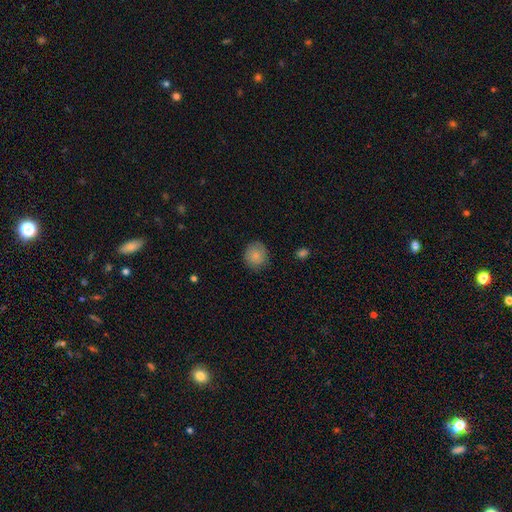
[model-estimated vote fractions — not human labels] Smooth or featured: smooth — 81% (featured or disk — 12%)
How rounded: round — 87% (in between — 12%)
Merging: none — 83% (minor disturbance — 13%)